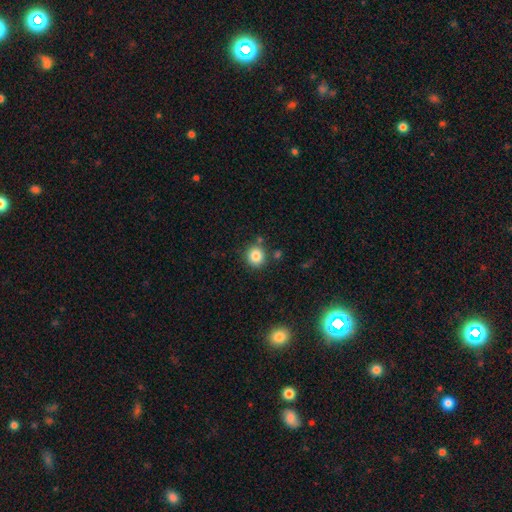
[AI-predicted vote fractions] smooth 85%, star or artifact 11%, featured or disk 5%. Down the decision tree: how rounded — round (91%); merging — none (83%).